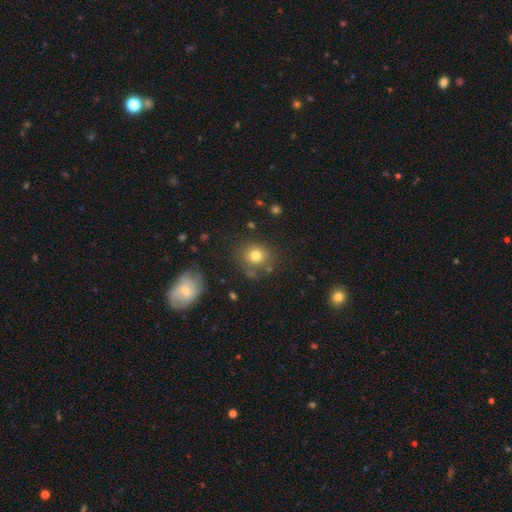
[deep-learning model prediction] Morphology: type=smooth (78%); roundness=round (83%); merging=none (78%).